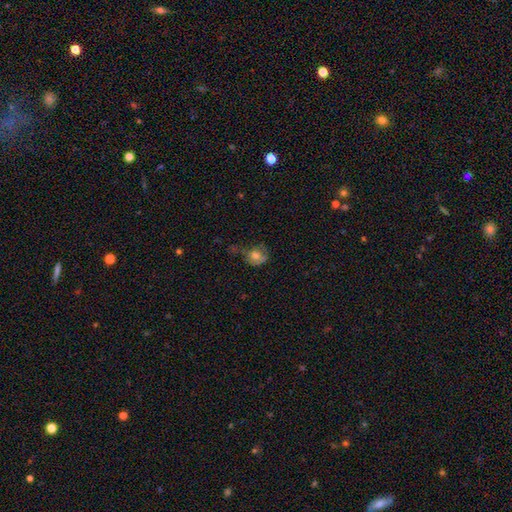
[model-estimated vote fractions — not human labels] Smooth or featured?
  - smooth: 71% *
  - featured or disk: 18%
  - star or artifact: 11%
How rounded?
  - round: 62% *
  - in between: 36%
  - cigar-shaped: 1%
Merging?
  - none: 39% *
  - minor disturbance: 31%
  - major disturbance: 22%
  - merger: 8%